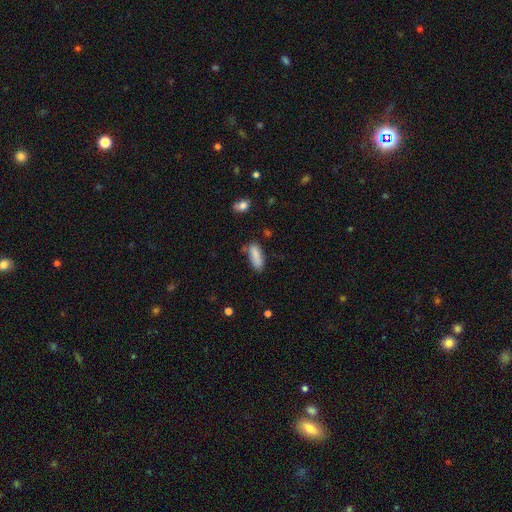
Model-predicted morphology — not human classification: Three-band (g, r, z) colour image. It shows a smooth galaxy with no disk features (85%) that is in between round and cigar-shaped (68%). Merging: none (69%).